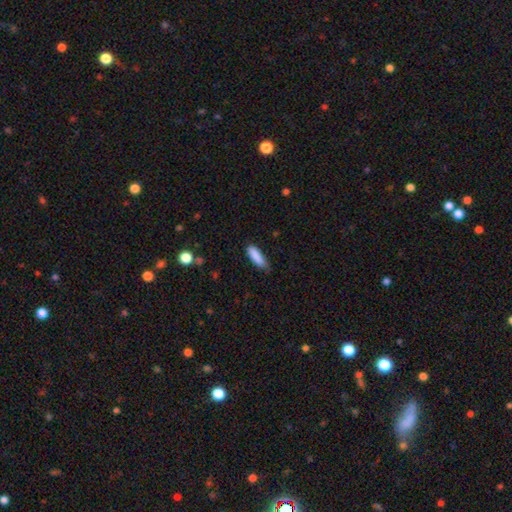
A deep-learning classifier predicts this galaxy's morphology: Q: Smooth or featured?
A: smooth (87%); runner-up: star or artifact (7%)
Q: How rounded?
A: cigar-shaped (51%); runner-up: in between (48%)
Q: Merging?
A: none (68%); runner-up: minor disturbance (26%)